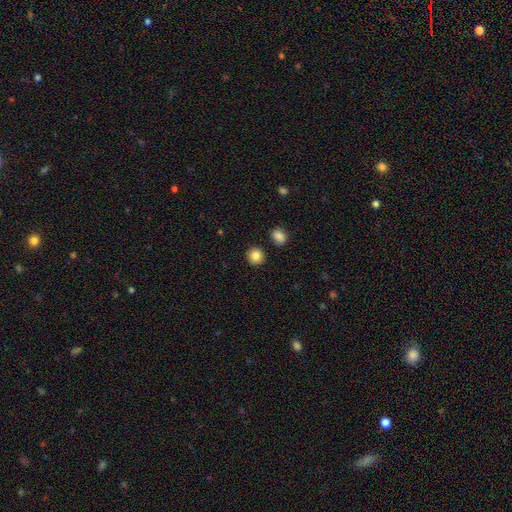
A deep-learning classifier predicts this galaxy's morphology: smooth-or-featured: smooth: 86% | star or artifact: 9% | featured or disk: 5%
  how-rounded: round: 90% | in between: 9% | cigar-shaped: 1%
  merging: none: 89% | minor disturbance: 6% | merger: 3% | major disturbance: 2%